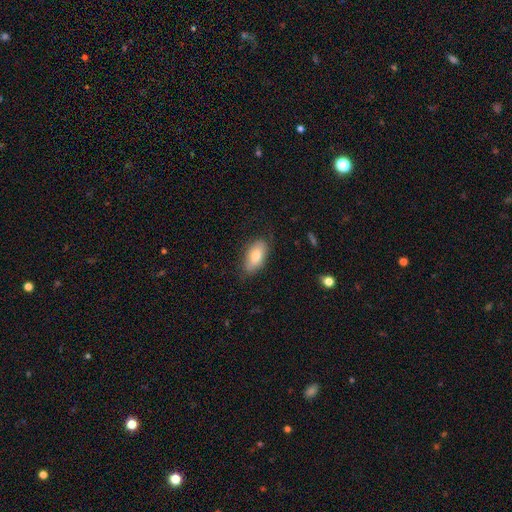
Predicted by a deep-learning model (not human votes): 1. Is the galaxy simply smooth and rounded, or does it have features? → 78% smooth, 15% featured or disk, 7% star or artifact.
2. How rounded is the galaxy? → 89% in between, 7% cigar-shaped, 3% round.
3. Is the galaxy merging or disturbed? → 77% none, 19% minor disturbance, 4% major disturbance, 1% merger.